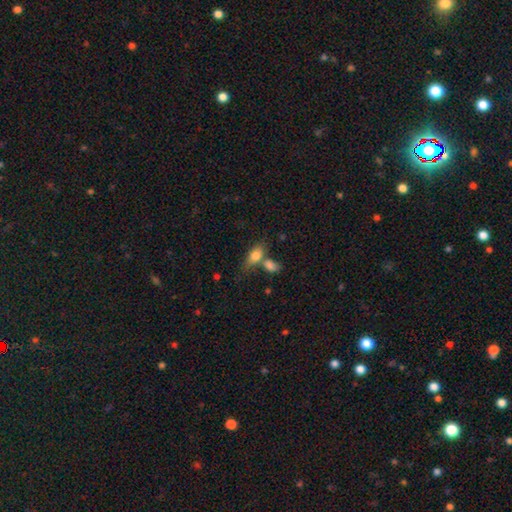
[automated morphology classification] smooth_or_featured: smooth (p=0.78) [alt: featured or disk p=0.14]
how_rounded: in between (p=0.82) [alt: round p=0.09]
merging: merger (p=0.44) [alt: none p=0.37]